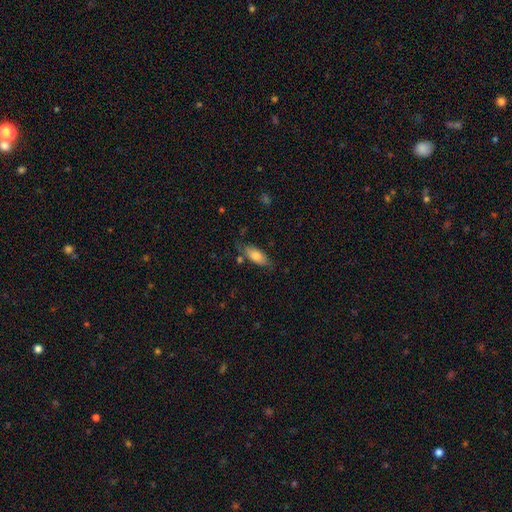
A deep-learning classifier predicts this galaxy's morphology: type=smooth (75%); roundness=in between (82%); merging=none (70%).